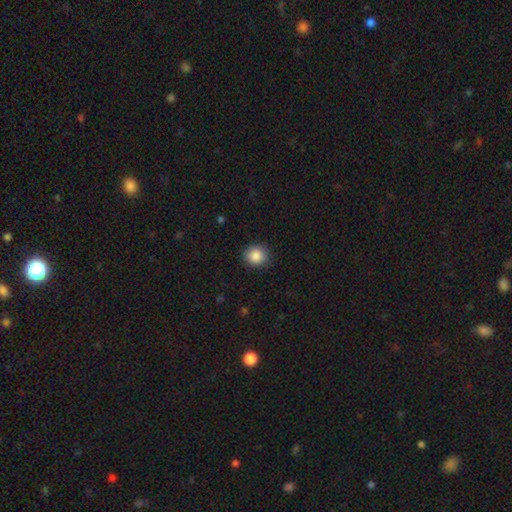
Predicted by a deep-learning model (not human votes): Q: Smooth or featured?
A: smooth (88%); runner-up: star or artifact (9%)
Q: How rounded?
A: round (85%); runner-up: in between (14%)
Q: Merging?
A: none (89%); runner-up: minor disturbance (8%)